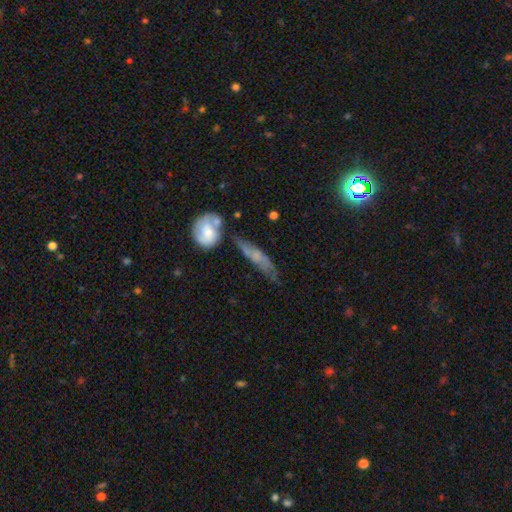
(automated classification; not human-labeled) smooth-or-featured: smooth: 46% | featured or disk: 44% | star or artifact: 9%
  merging: none: 41% | minor disturbance: 28% | merger: 17% | major disturbance: 14%